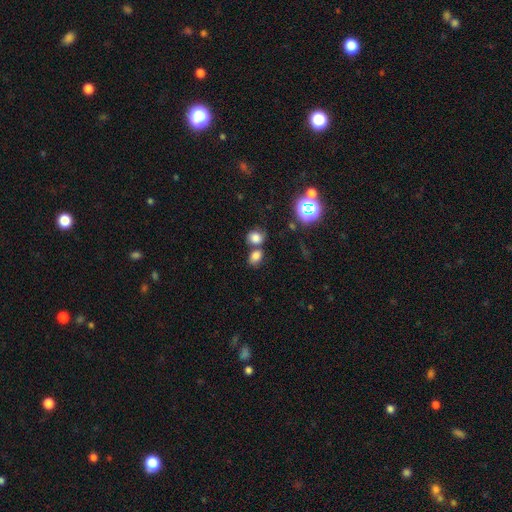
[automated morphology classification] smooth 76%, star or artifact 16%, featured or disk 8%. Down the decision tree: how rounded — in between (57%); merging — none (47%).